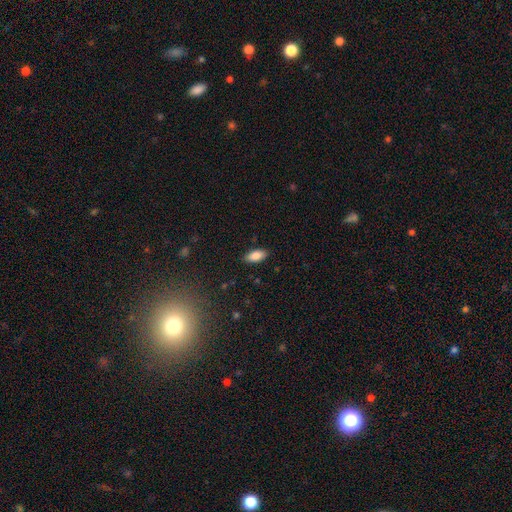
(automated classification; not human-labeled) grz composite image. It shows a smooth galaxy with no disk features (86%) that is in between round and cigar-shaped (91%). Merging: none (88%).